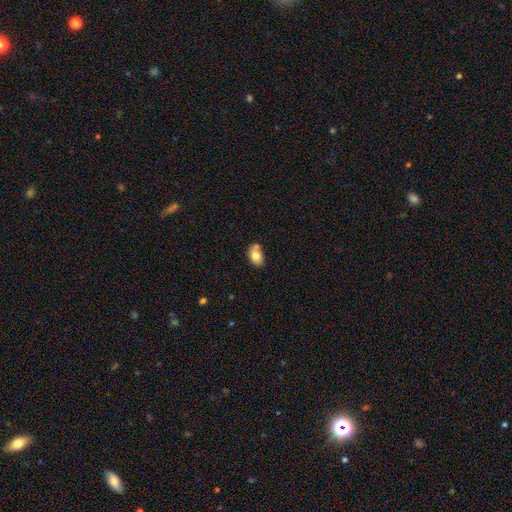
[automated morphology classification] Smooth or featured? smooth (78%)
How rounded? in between (81%)
Merging? none (49%)